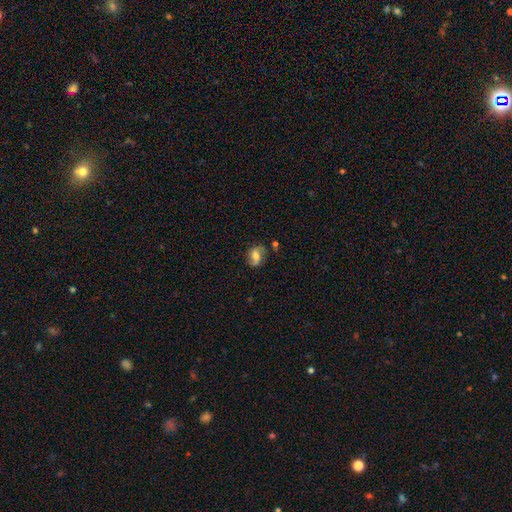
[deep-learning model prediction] This is possibly a featured or disk galaxy (45%, tied with smooth). Merging: likely none (64%).